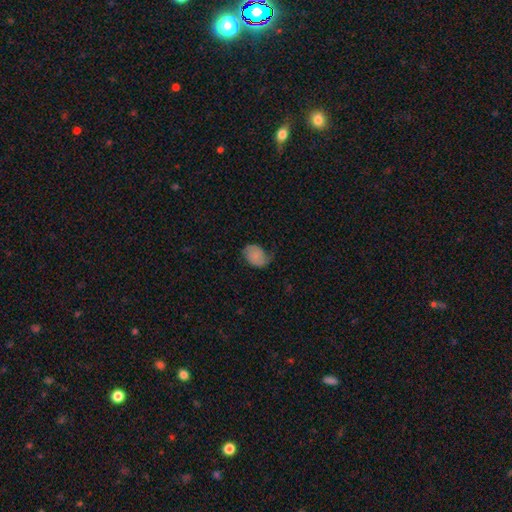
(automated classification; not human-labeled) smooth_or_featured: smooth (p=0.53) [alt: featured or disk p=0.38]
how_rounded: in between (p=0.71) [alt: round p=0.28]
merging: none (p=0.47) [alt: minor disturbance p=0.34]